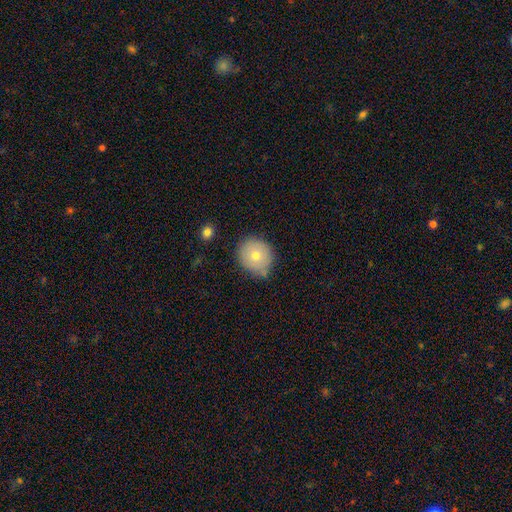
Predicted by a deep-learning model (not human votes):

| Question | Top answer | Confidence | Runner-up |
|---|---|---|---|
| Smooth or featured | smooth | 73% | featured or disk (17%) |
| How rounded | round | 83% | in between (17%) |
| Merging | none | 68% | minor disturbance (24%) |